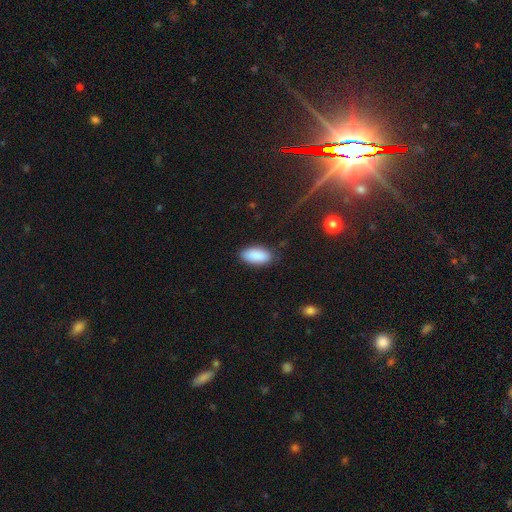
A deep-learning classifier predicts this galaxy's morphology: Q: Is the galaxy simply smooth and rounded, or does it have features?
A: smooth — 90%.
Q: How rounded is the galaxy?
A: in between — 92%.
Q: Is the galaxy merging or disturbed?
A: none — 83%.